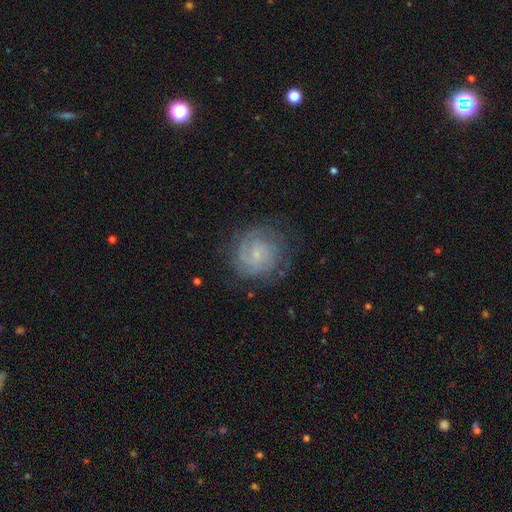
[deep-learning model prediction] smooth_or_featured: featured or disk (p=0.74) [alt: smooth p=0.19]
disk_edge_on: no (p=0.98) [alt: yes p=0.02]
bar: no (p=0.64) [alt: weak p=0.31]
has_spiral_arms: yes (p=0.94) [alt: no p=0.06]
spiral_winding: tight (p=0.64) [alt: medium p=0.29]
spiral_arm_count: can't tell (p=0.34) [alt: 2 p=0.32]
bulge_size: small (p=0.77) [alt: moderate p=0.12]
merging: none (p=0.75) [alt: minor disturbance p=0.16]